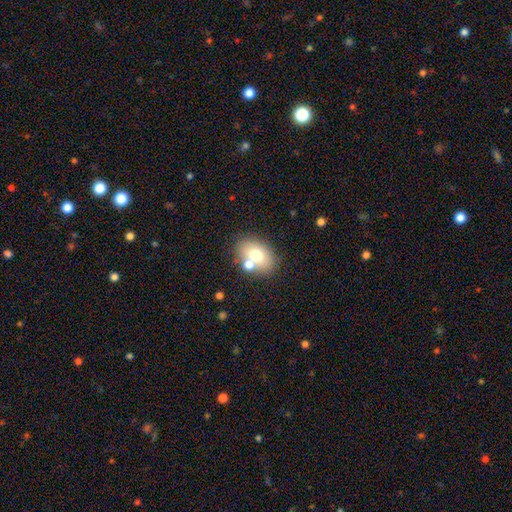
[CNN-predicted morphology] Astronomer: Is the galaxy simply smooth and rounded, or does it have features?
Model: smooth — 71%.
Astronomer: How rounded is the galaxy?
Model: in between — 73%.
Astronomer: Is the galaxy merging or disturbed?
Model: none — 66%.